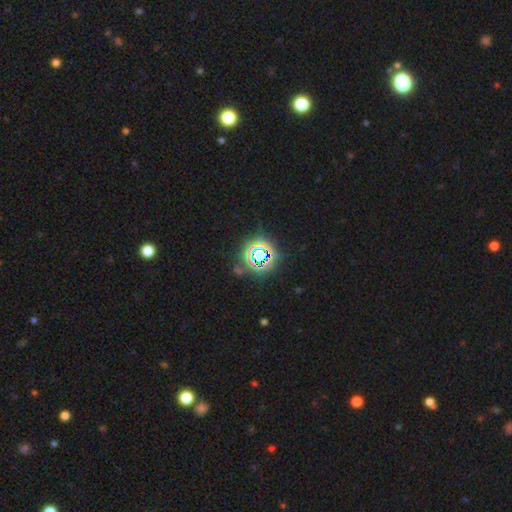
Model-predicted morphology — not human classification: A star or artifact, not a galaxy (74%).

Vote fractions:
- Smooth or featured? star or artifact: 74% / smooth: 17% / featured or disk: 9%